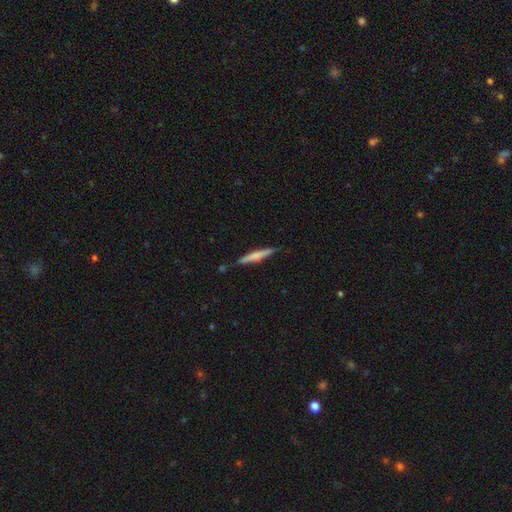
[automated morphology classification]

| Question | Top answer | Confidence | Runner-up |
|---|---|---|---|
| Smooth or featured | smooth | 60% | featured or disk (34%) |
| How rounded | cigar-shaped | 93% | in between (5%) |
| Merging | none | 80% | minor disturbance (15%) |